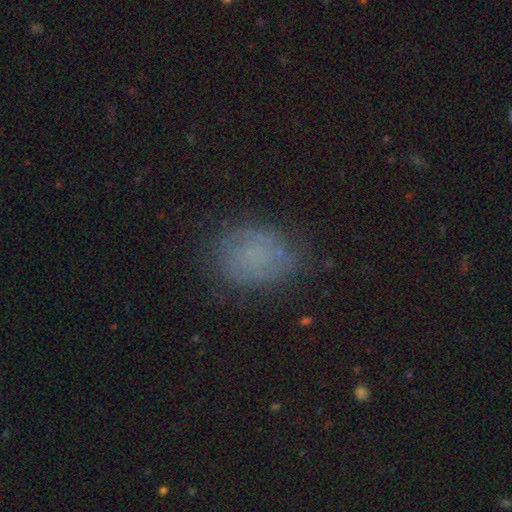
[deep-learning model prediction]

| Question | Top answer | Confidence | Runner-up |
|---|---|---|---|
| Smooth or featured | smooth | 56% | featured or disk (27%) |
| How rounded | in between | 56% | round (43%) |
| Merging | none | 70% | minor disturbance (20%) |